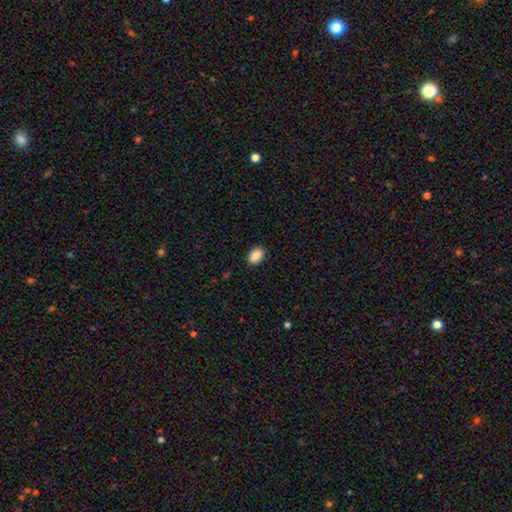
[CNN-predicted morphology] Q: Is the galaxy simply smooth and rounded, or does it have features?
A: smooth — 90%.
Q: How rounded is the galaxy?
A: in between — 89%.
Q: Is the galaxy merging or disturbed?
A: none — 89%.